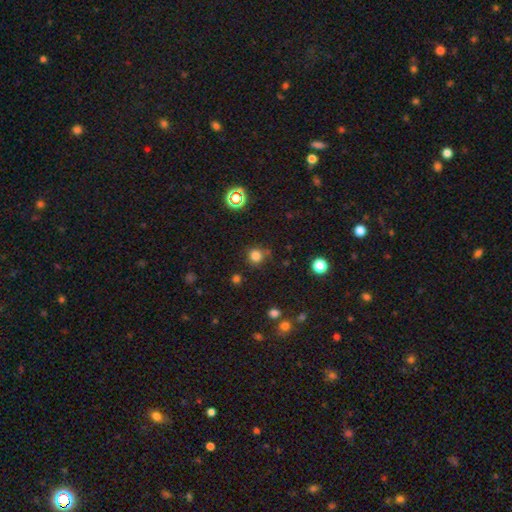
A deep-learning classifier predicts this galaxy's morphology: This is likely a smooth galaxy (78%). How rounded: clearly round (91%). Merging: likely none (77%).